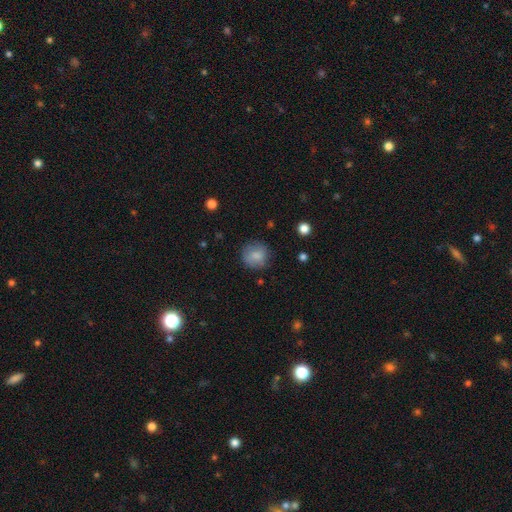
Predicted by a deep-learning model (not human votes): A smooth galaxy with no disk features (82%) that is round (88%). Merging: none (78%).